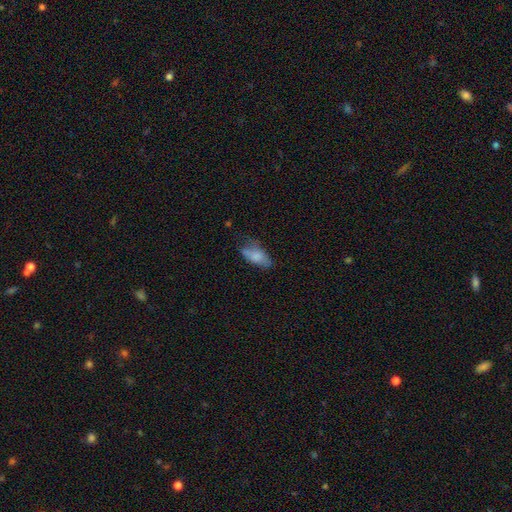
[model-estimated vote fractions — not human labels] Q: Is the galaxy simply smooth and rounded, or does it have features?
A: smooth — 71%.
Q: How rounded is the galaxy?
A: in between — 86%.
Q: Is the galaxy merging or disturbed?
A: none — 49%.